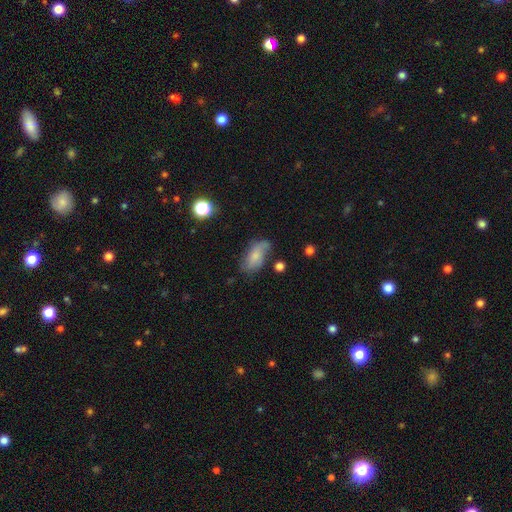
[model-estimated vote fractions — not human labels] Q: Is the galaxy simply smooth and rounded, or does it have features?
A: smooth — 63%.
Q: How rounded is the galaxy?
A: in between — 88%.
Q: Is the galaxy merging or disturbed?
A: none — 56%.